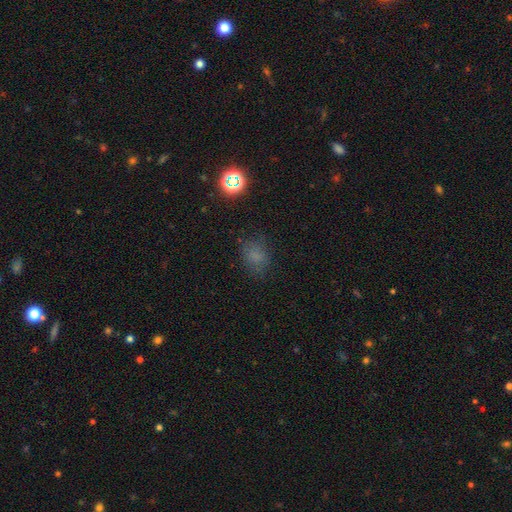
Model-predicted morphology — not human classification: This appears to be a smooth galaxy with no disk features (72%) that is in between round and cigar-shaped (50%). Merging: none (74%).